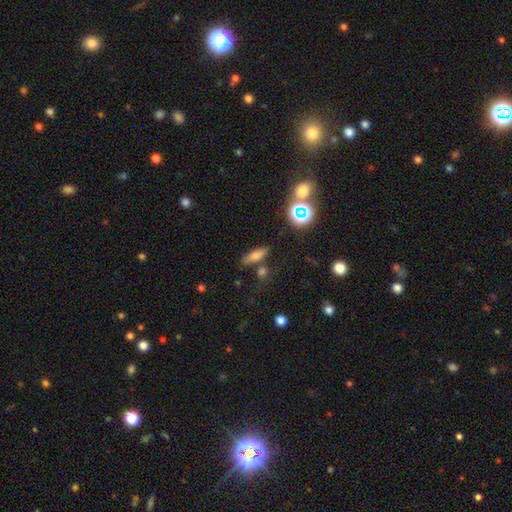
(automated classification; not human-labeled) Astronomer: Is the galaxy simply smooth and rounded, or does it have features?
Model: smooth — 69%.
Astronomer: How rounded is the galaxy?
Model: cigar-shaped — 51% (runner-up: in between, 41%).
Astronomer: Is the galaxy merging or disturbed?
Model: none — 74%.